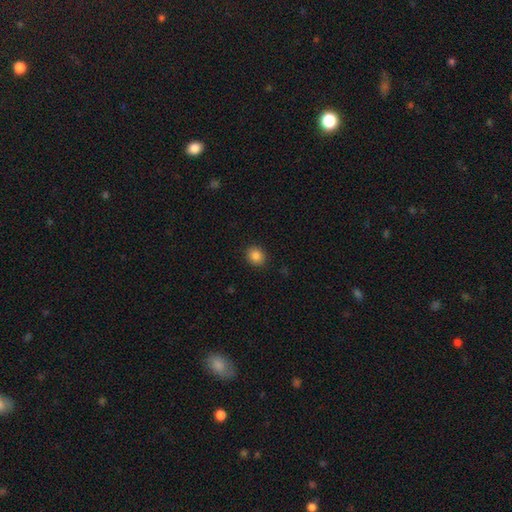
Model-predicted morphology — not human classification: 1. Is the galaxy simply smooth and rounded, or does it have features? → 86% smooth, 10% star or artifact, 4% featured or disk.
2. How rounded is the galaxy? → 67% round, 32% in between, 1% cigar-shaped.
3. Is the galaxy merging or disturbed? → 90% none, 7% minor disturbance, 2% major disturbance, 1% merger.